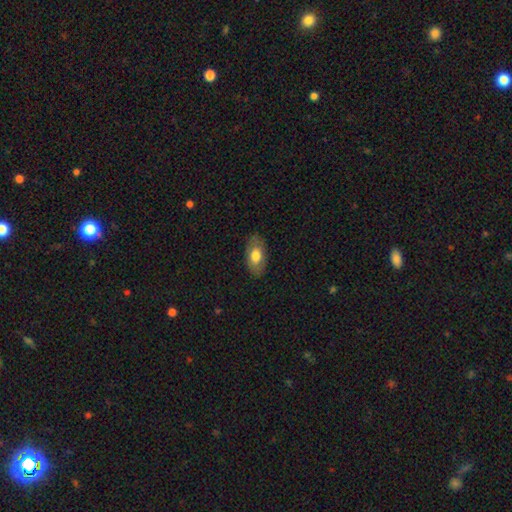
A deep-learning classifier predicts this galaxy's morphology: smooth 69%, featured or disk 25%, star or artifact 6%. Down the decision tree: how rounded — in between (92%); merging — none (83%).